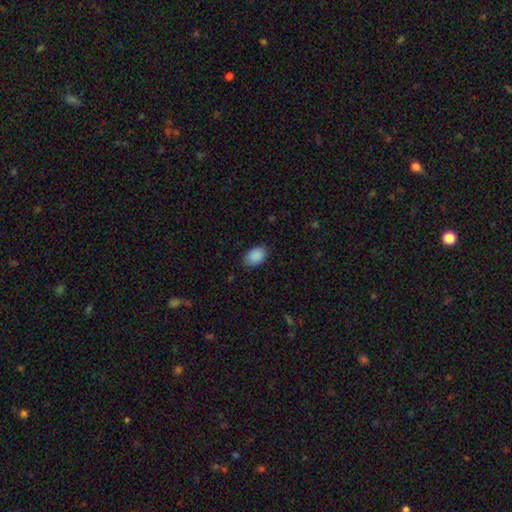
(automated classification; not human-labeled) This is clearly a smooth galaxy (90%). How rounded: clearly in between (83%). Merging: clearly none (81%).